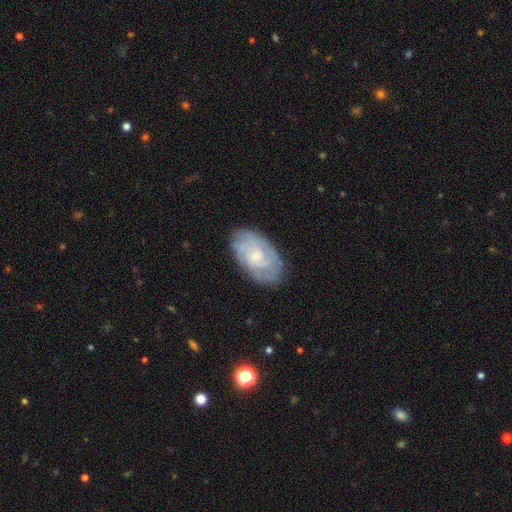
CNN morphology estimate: A featured or disk galaxy (76%) with no bar (67%), tight (66%) spiral arms (92%) and a small central bulge (65%). Merging: none (78%).